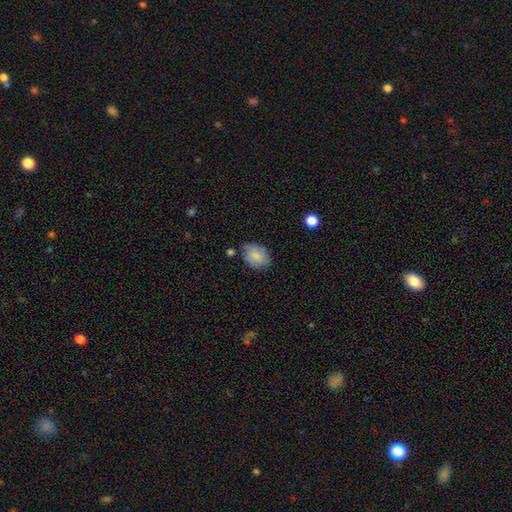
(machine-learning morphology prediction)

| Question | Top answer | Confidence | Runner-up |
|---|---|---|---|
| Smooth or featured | smooth | 82% | featured or disk (11%) |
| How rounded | in between | 62% | round (37%) |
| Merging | none | 68% | minor disturbance (23%) |